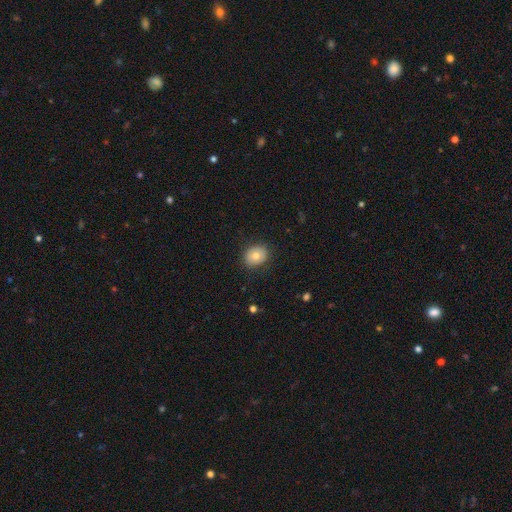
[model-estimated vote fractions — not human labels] Smooth or featured: smooth — 75% (featured or disk — 16%)
How rounded: round — 57% (in between — 42%)
Merging: none — 84% (minor disturbance — 12%)